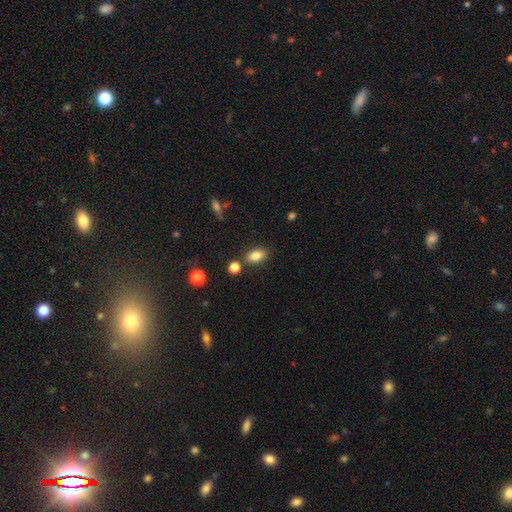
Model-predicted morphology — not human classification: smooth_or_featured: smooth (p=0.83) [alt: star or artifact p=0.09]
how_rounded: in between (p=0.87) [alt: round p=0.09]
merging: none (p=0.80) [alt: minor disturbance p=0.11]